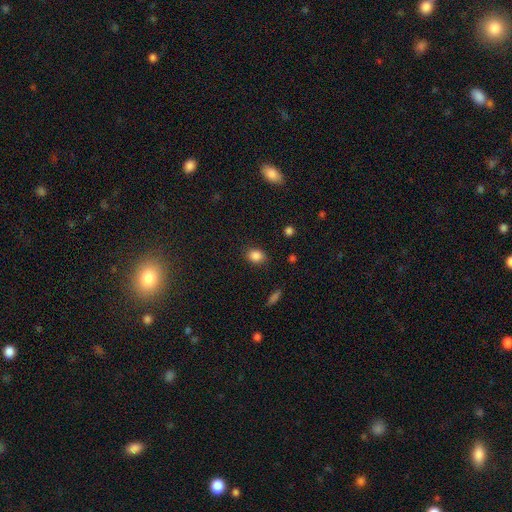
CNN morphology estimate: smooth_or_featured: smooth (p=0.86) [alt: star or artifact p=0.10]
how_rounded: in between (p=0.54) [alt: round p=0.45]
merging: none (p=0.85) [alt: minor disturbance p=0.11]